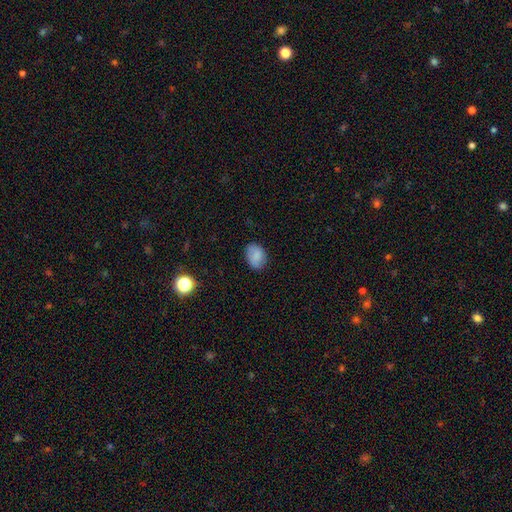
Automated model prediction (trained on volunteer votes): smooth 83%, star or artifact 9%, featured or disk 8%. Down the decision tree: how rounded — in between (75%); merging — none (80%).